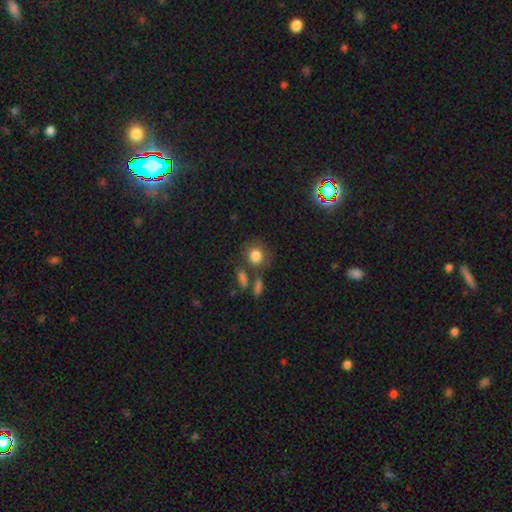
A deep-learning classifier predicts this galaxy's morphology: Overall: smooth (82%). How rounded: round (78%). Merging: none (65%).